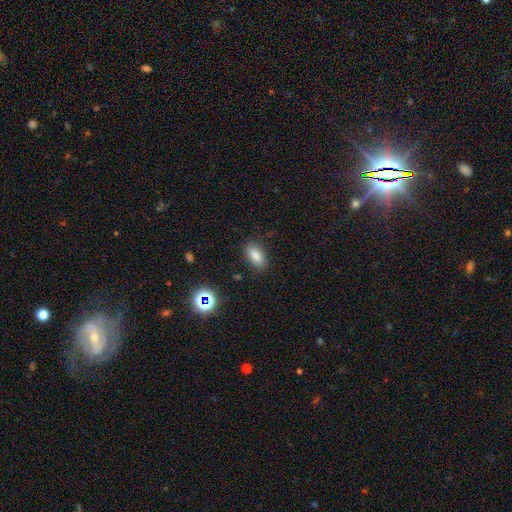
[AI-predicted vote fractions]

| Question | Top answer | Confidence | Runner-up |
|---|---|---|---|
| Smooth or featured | smooth | 82% | star or artifact (11%) |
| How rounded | in between | 86% | cigar-shaped (9%) |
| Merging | none | 85% | minor disturbance (10%) |